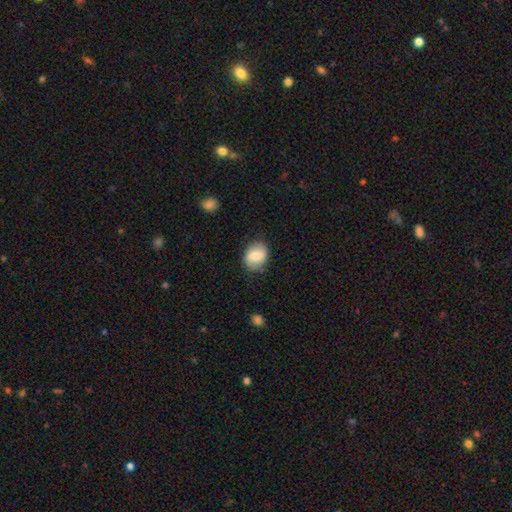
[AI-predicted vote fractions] A smooth galaxy with no disk features (70%) that is in between round and cigar-shaped (57%). Merging: none (79%).